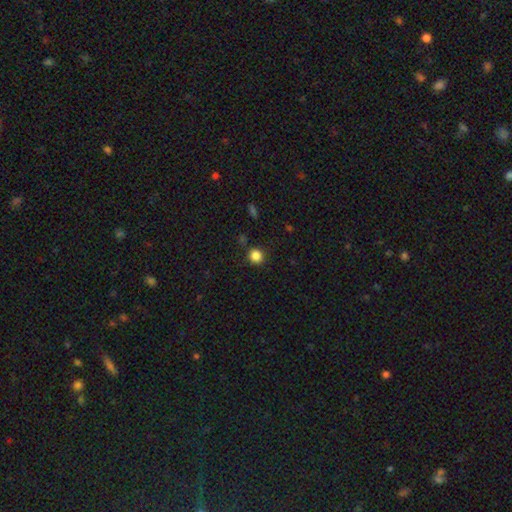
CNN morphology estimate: smooth 85%, star or artifact 12%, featured or disk 4%. Down the decision tree: how rounded — round (89%); merging — none (87%).